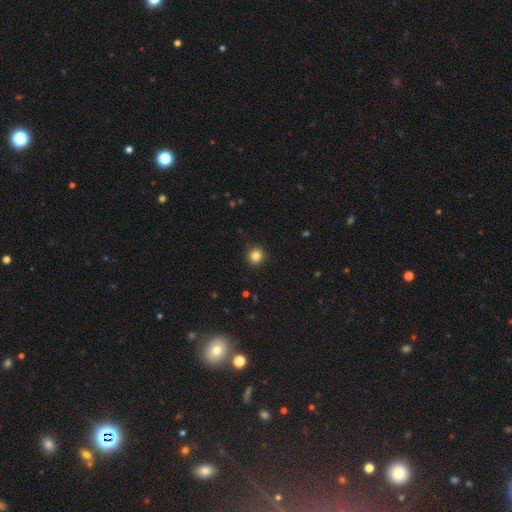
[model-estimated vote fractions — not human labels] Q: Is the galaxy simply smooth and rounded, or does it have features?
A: smooth — 84%.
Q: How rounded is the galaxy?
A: round — 89%.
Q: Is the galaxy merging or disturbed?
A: none — 88%.